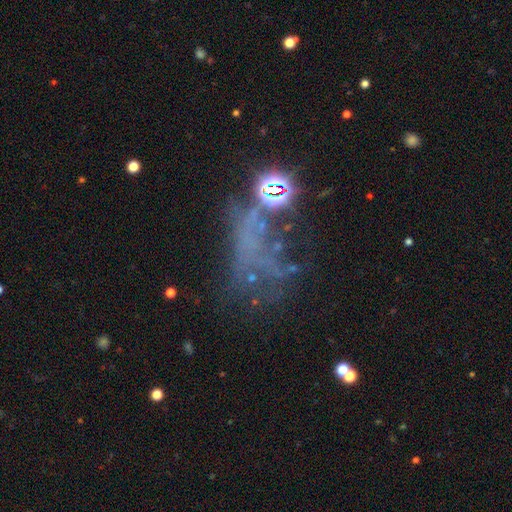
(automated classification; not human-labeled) Morphology: type=star or artifact (44%).